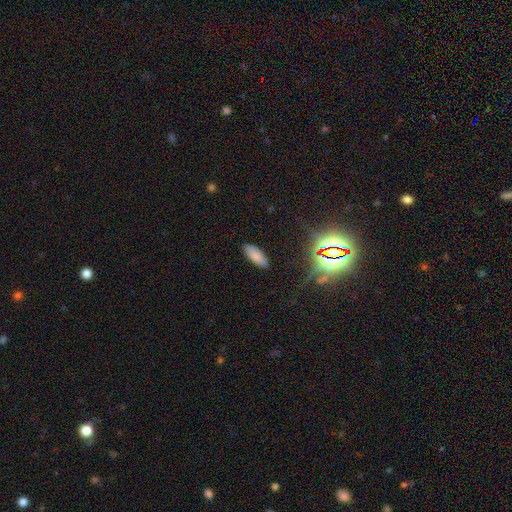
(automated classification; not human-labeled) smooth 79%, star or artifact 13%, featured or disk 8%. Down the decision tree: how rounded — in between (76%); merging — none (88%).